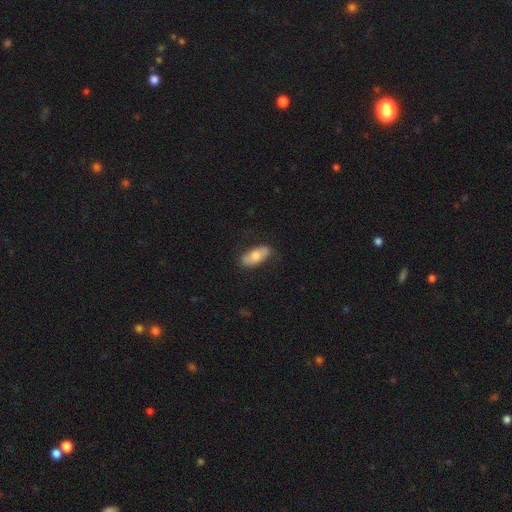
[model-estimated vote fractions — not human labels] The model was most divided on "smooth or featured": smooth: 67%, featured or disk: 27%, star or artifact: 6%. More confident: how rounded — in between (86%); merging — none (79%).